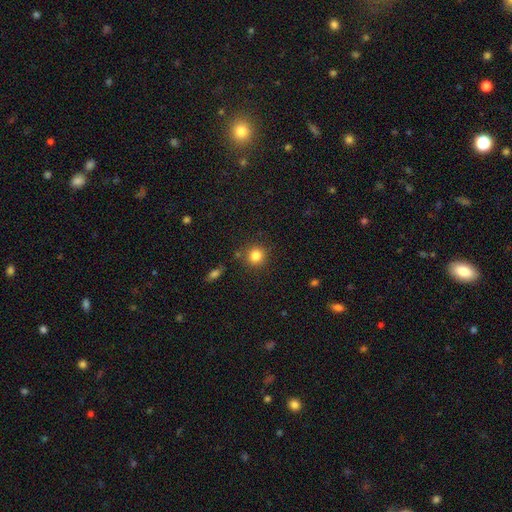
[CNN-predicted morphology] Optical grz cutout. It shows a smooth galaxy with no disk features (83%) that is round (91%). Merging: none (83%).